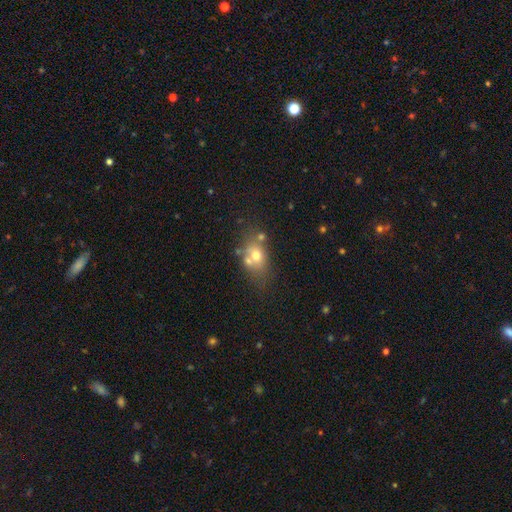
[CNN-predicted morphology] A smooth galaxy with no disk features (64%) that is in between round and cigar-shaped (59%). Merging: none (48%).